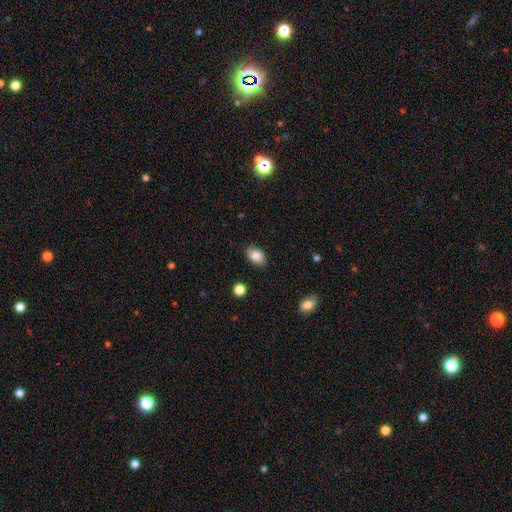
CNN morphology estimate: smooth_or_featured: smooth (p=0.85) [alt: star or artifact p=0.08]
how_rounded: in between (p=0.87) [alt: round p=0.12]
merging: none (p=0.86) [alt: minor disturbance p=0.11]